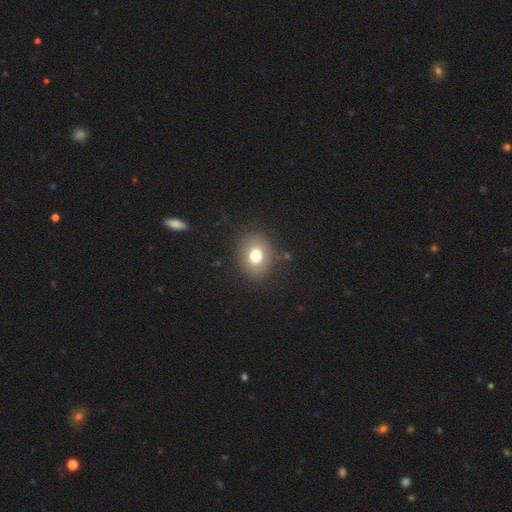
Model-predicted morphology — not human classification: type=smooth (75%); roundness=in between (52%); merging=none (84%).